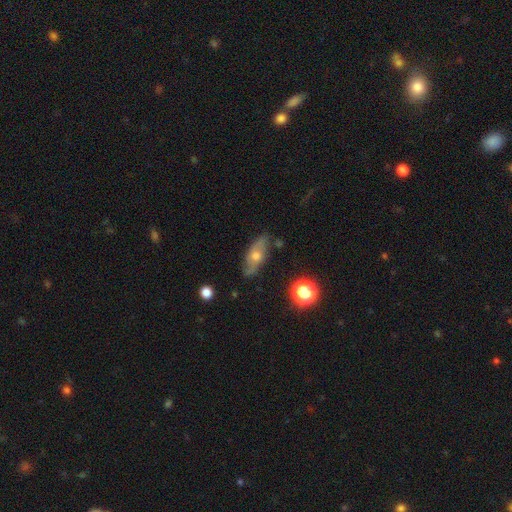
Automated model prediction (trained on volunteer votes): A featured or disk galaxy (49%). Merging: none (78%).